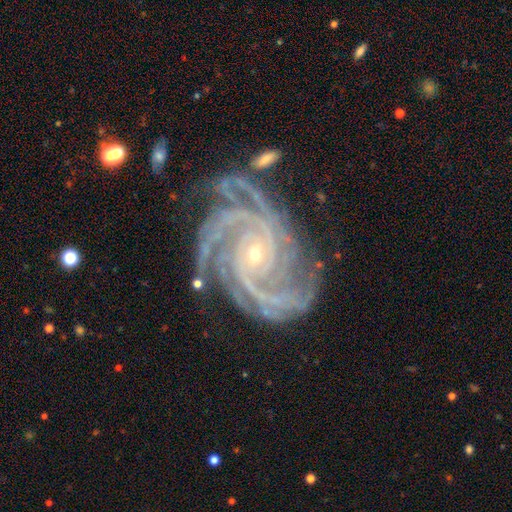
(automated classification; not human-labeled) A featured or disk galaxy (92%) with no bar (66%), 4 (35%) tight (67%) spiral arms (99%) and a small central bulge (81%). Merging: none (71%).